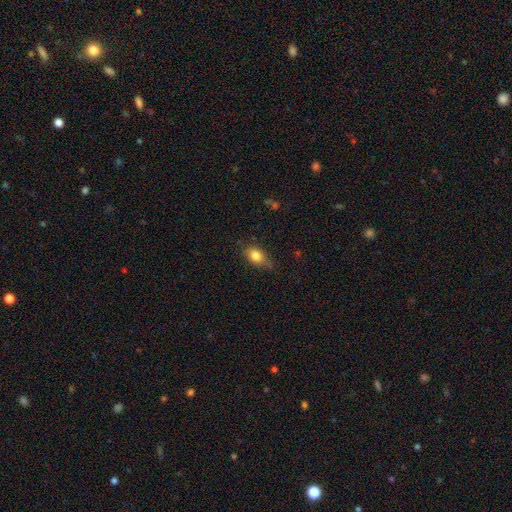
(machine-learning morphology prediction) Smooth or featured: smooth — 80% (featured or disk — 10%)
How rounded: in between — 75% (round — 21%)
Merging: none — 64% (minor disturbance — 28%)